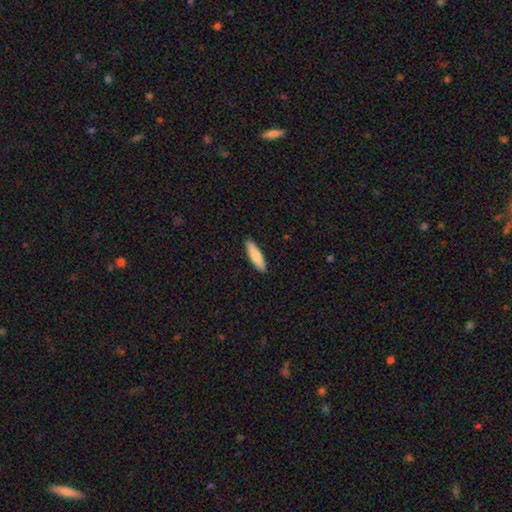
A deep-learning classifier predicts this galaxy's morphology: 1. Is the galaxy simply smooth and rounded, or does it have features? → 80% smooth, 14% featured or disk, 5% star or artifact.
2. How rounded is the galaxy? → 72% cigar-shaped, 27% in between, 1% round.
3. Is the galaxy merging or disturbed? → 91% none, 7% minor disturbance, 1% major disturbance, 1% merger.